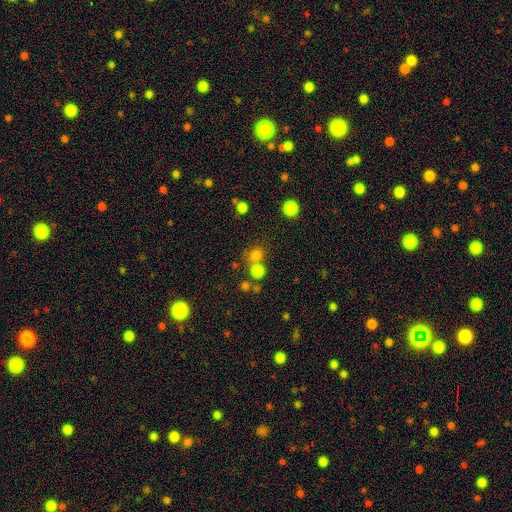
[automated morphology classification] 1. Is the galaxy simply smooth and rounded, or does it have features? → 75% smooth, 18% star or artifact, 7% featured or disk.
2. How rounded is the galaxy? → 85% round, 14% in between, 1% cigar-shaped.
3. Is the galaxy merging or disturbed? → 62% none, 26% merger, 8% minor disturbance, 4% major disturbance.